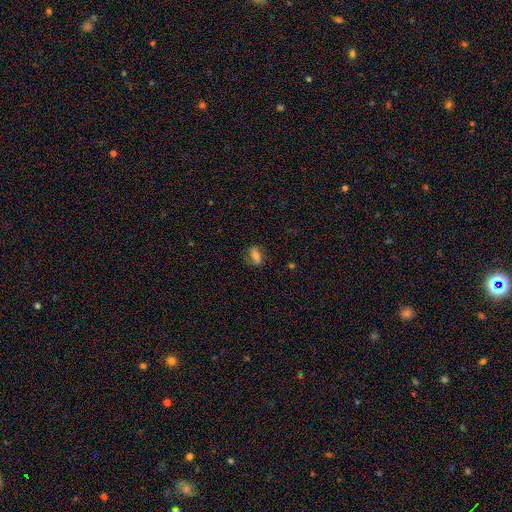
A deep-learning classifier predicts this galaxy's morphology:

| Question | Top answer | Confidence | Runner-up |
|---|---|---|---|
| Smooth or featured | smooth | 54% | featured or disk (35%) |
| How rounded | in between | 81% | round (12%) |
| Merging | none | 66% | minor disturbance (20%) |